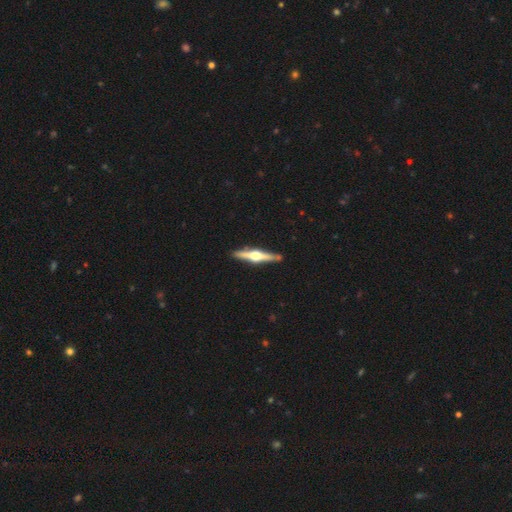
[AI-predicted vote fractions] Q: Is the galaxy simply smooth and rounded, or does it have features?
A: featured or disk — 79%.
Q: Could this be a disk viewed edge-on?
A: yes — 98%.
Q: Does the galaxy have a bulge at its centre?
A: rounded — 95%.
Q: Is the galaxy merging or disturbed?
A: none — 89%.